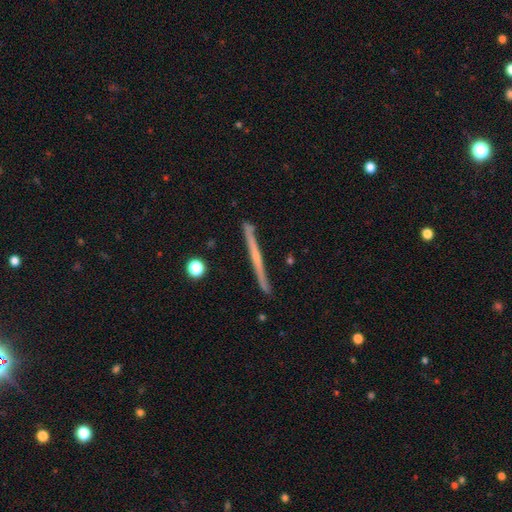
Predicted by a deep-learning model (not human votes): Smooth or featured: featured or disk — 61% (smooth — 29%)
Edge-on disk: yes — 96% (no — 4%)
Edge-on bulge: none — 55% (rounded — 37%)
Merging: none — 86% (minor disturbance — 9%)